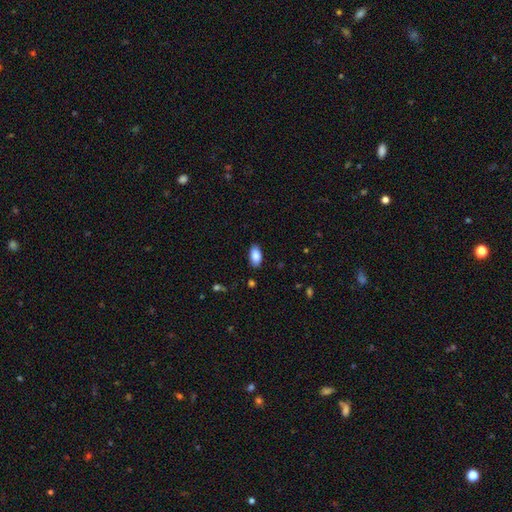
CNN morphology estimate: A smooth galaxy with no disk features (87%) that is in between round and cigar-shaped (94%). Merging: none (87%).